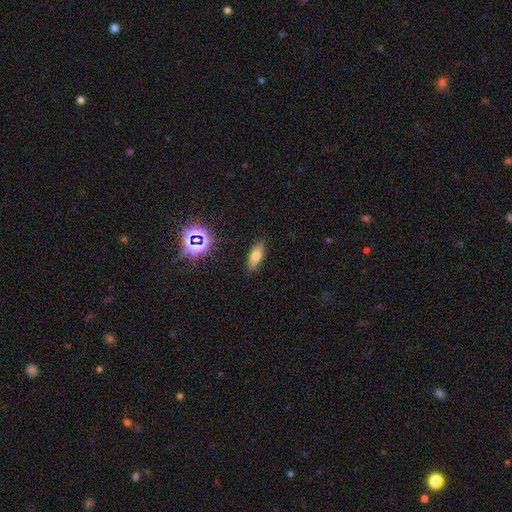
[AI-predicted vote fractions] Smooth or featured? smooth (68%)
How rounded? in between (67%)
Merging? none (86%)